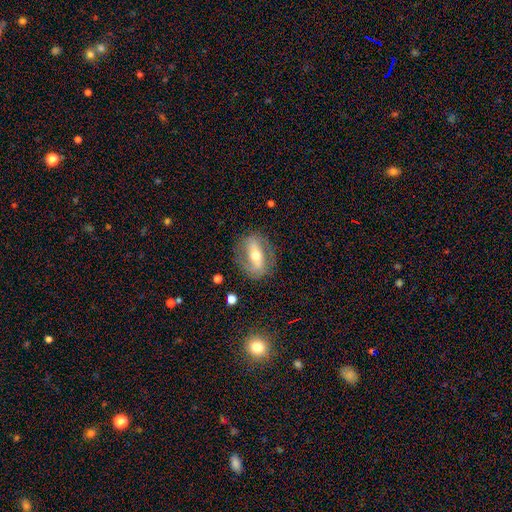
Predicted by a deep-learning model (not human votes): Overall: featured or disk (66%; smooth 27%). Edge-on disk: no (86%). Bar: strong (53%; weak 26%). Spiral arms: yes (61%; no 39%). Bulge size: moderate (68%). Merging: none (77%).